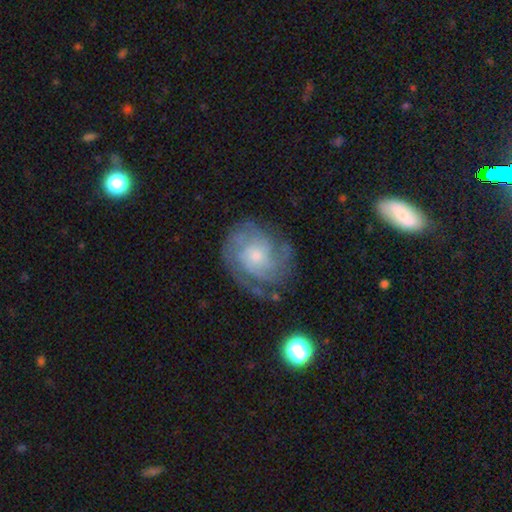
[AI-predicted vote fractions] A featured or disk galaxy (79%) with no bar (76%), tight (58%) spiral arms (93%) and a small central bulge (56%). Merging: none (68%).